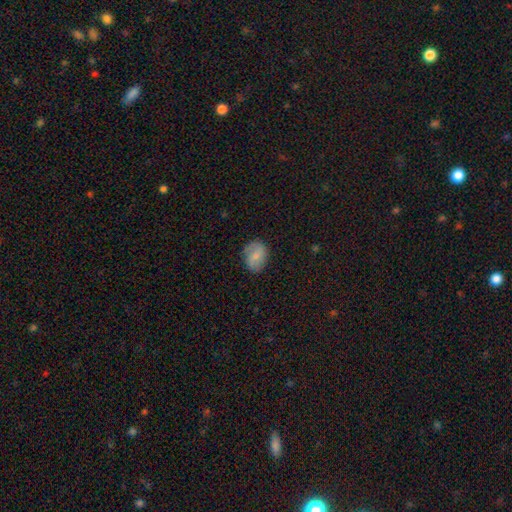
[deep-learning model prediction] Overall: smooth (58%; featured or disk 34%). How rounded: in between (60%; round 39%). Merging: none (74%).